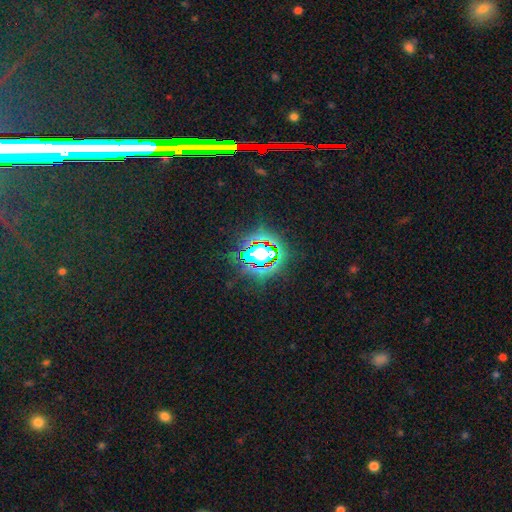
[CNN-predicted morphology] A star or artifact, not a galaxy (81%).